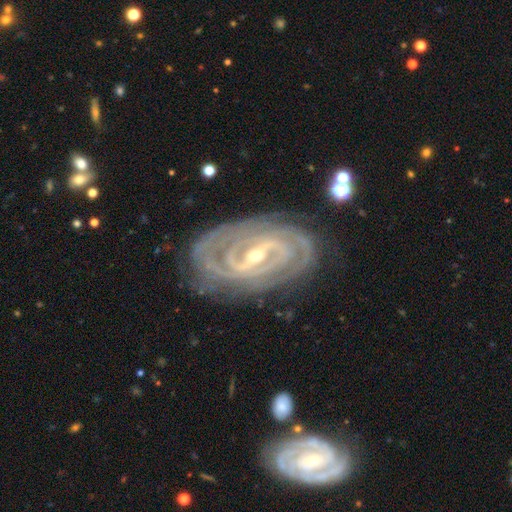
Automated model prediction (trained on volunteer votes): The model was most divided on "spiral arm count": 2: 33%, 3: 21%, can't tell: 18%, 4: 15%, more than 4: 7%, 1: 6%. More confident: spiral arms — yes (98%); edge-on disk — no (96%); smooth or featured — featured or disk (91%); merging — none (78%); spiral winding — tight (76%); bulge size — small (60%); bar — strong (51%).